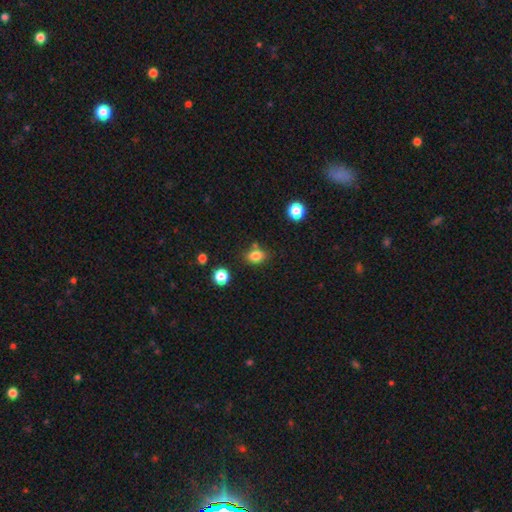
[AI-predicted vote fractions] The model was most divided on "how rounded": in between: 64%, round: 35%, cigar-shaped: 1%. More confident: smooth or featured — smooth (82%); merging — none (70%).